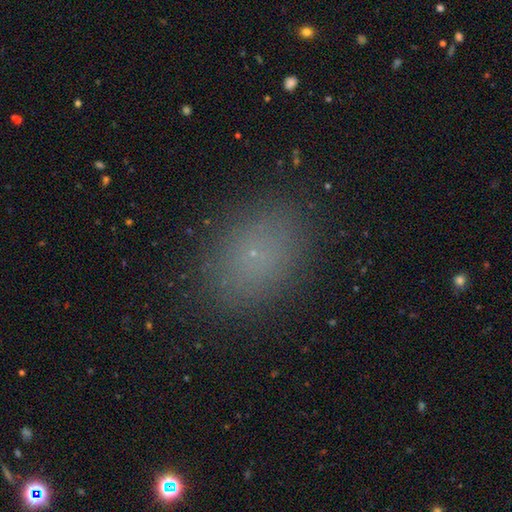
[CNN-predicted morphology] Q: Smooth or featured?
A: smooth (73%); runner-up: star or artifact (18%)
Q: How rounded?
A: in between (72%); runner-up: round (26%)
Q: Merging?
A: none (87%); runner-up: minor disturbance (9%)